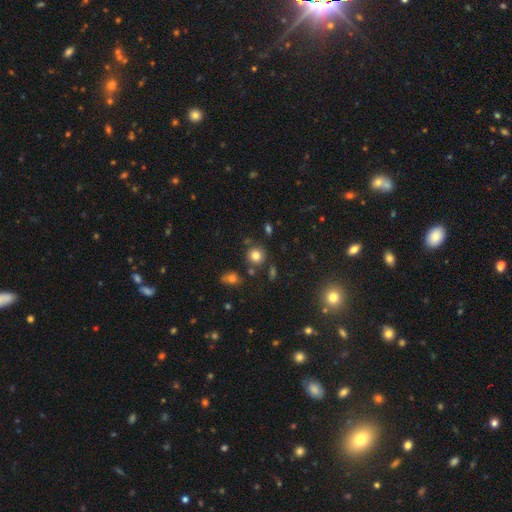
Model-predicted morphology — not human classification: A smooth galaxy with no disk features (80%) that is round (88%). Merging: none (81%).